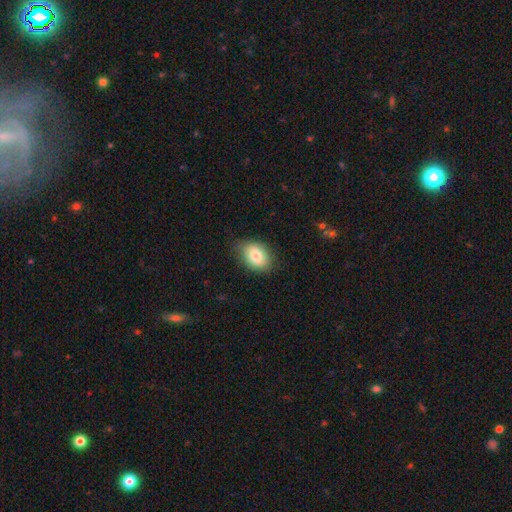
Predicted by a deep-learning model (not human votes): Smooth or featured: smooth — 79% (featured or disk — 14%)
How rounded: in between — 78% (round — 21%)
Merging: none — 78% (minor disturbance — 18%)